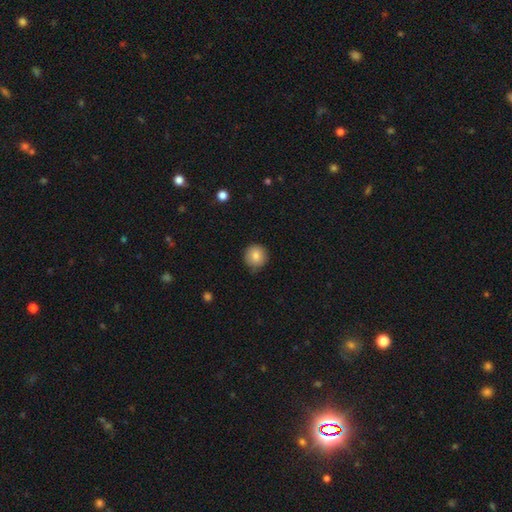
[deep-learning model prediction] Smooth or featured: smooth — 84% (star or artifact — 9%)
How rounded: round — 94% (in between — 5%)
Merging: none — 81% (minor disturbance — 16%)